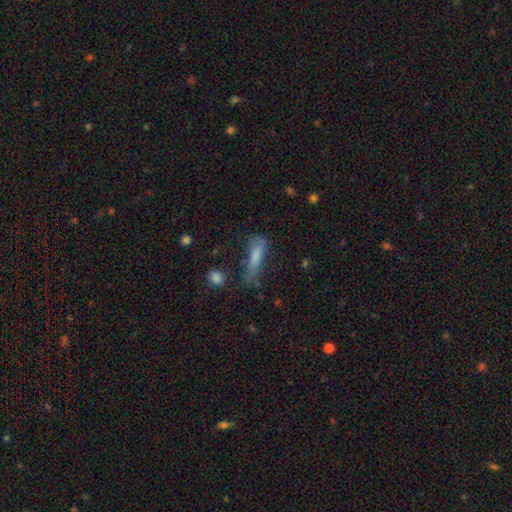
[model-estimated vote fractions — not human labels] smooth-or-featured: smooth: 62% | featured or disk: 24% | star or artifact: 13%
  how-rounded: cigar-shaped: 70% | in between: 27% | round: 3%
  merging: none: 42% | minor disturbance: 29% | major disturbance: 24% | merger: 6%